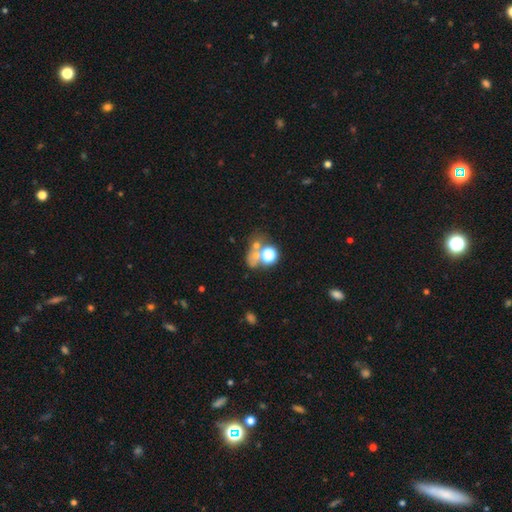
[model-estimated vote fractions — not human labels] The model was most divided on "merging": merger: 40%, none: 39%, major disturbance: 11%, minor disturbance: 10%. Remaining: smooth or featured — smooth (48%).